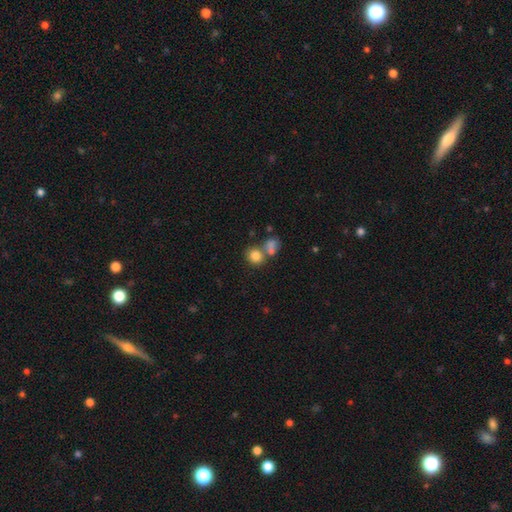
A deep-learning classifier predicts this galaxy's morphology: This appears to be a smooth galaxy with no disk features (80%) that is round (72%). Merging: none (51%).